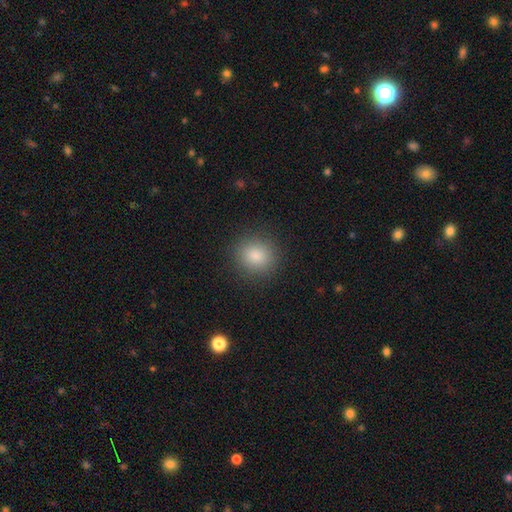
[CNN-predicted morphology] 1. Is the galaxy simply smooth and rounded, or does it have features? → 85% smooth, 10% star or artifact, 5% featured or disk.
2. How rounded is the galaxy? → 85% round, 14% in between, 1% cigar-shaped.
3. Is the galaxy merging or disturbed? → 89% none, 7% minor disturbance, 3% major disturbance, 1% merger.